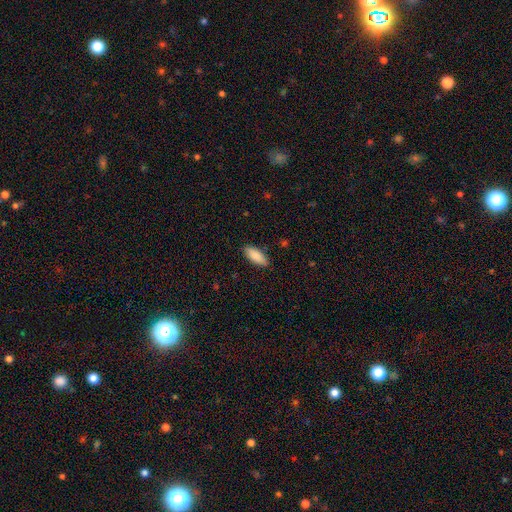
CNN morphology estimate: Smooth or featured?
  - smooth: 88% *
  - featured or disk: 6%
  - star or artifact: 6%
How rounded?
  - in between: 82% *
  - cigar-shaped: 17%
  - round: 2%
Merging?
  - none: 87% *
  - minor disturbance: 10%
  - major disturbance: 2%
  - merger: 1%